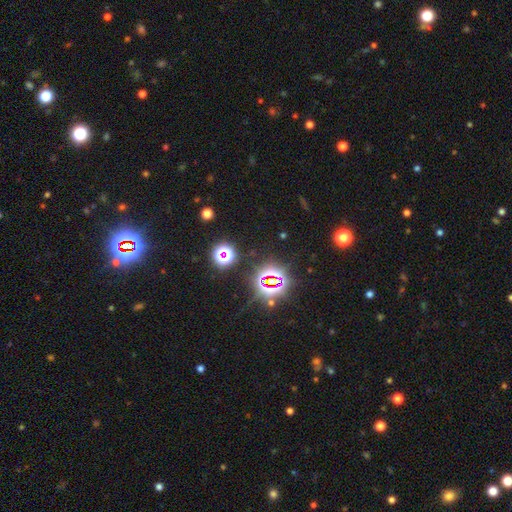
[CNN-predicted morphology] Smooth or featured?
  - star or artifact: 83% *
  - smooth: 10%
  - featured or disk: 6%